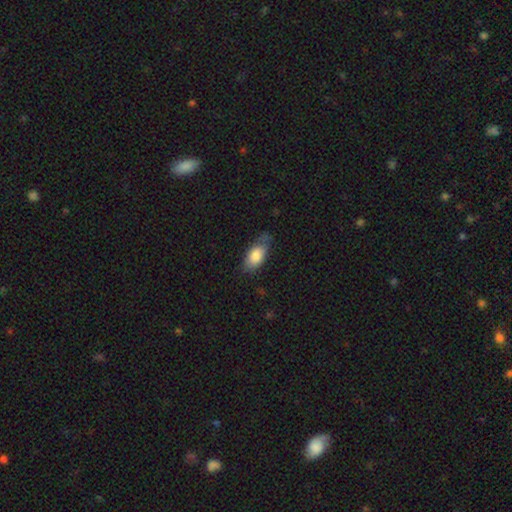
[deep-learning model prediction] smooth_or_featured: smooth (p=0.81) [alt: featured or disk p=0.13]
how_rounded: in between (p=0.88) [alt: cigar-shaped p=0.08]
merging: none (p=0.58) [alt: minor disturbance p=0.31]